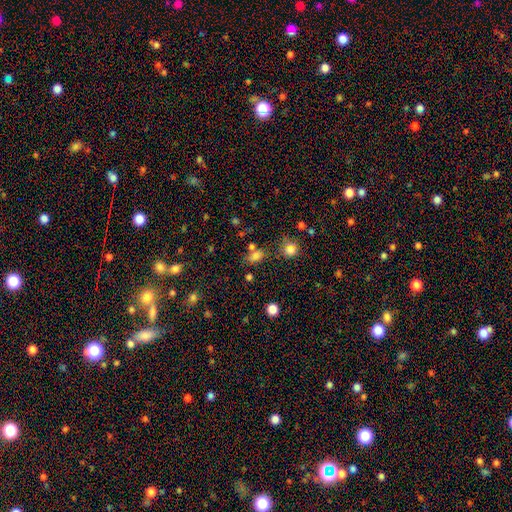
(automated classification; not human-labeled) Q: Smooth or featured?
A: smooth (74%); runner-up: star or artifact (18%)
Q: How rounded?
A: in between (77%); runner-up: round (19%)
Q: Merging?
A: none (59%); runner-up: merger (18%)